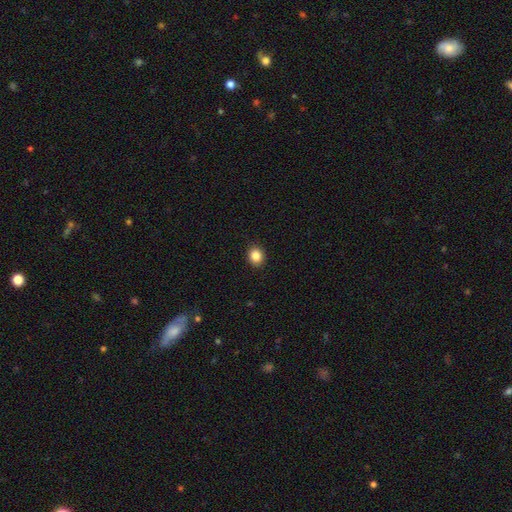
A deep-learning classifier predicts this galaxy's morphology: smooth 86%, star or artifact 10%, featured or disk 4%. Down the decision tree: how rounded — round (68%); merging — none (91%).